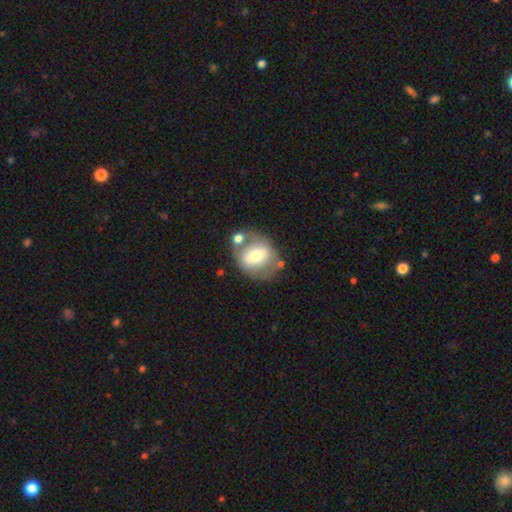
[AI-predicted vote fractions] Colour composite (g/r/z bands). It shows a smooth galaxy with no disk features (50%) that is round (57%). Merging: none (57%).